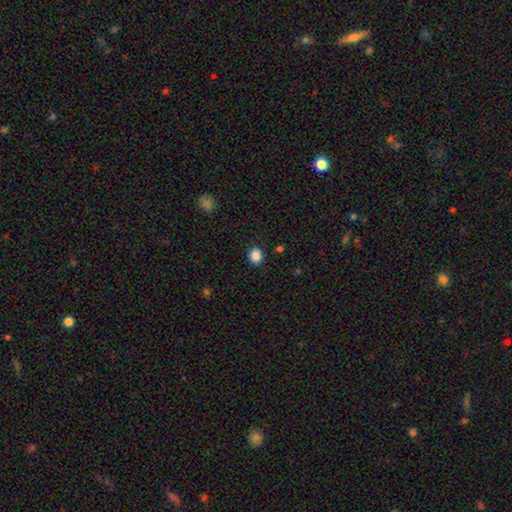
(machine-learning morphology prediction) smooth-or-featured: smooth: 87% | star or artifact: 11% | featured or disk: 3%
  how-rounded: round: 75% | in between: 24% | cigar-shaped: 1%
  merging: none: 90% | minor disturbance: 7% | major disturbance: 2% | merger: 1%